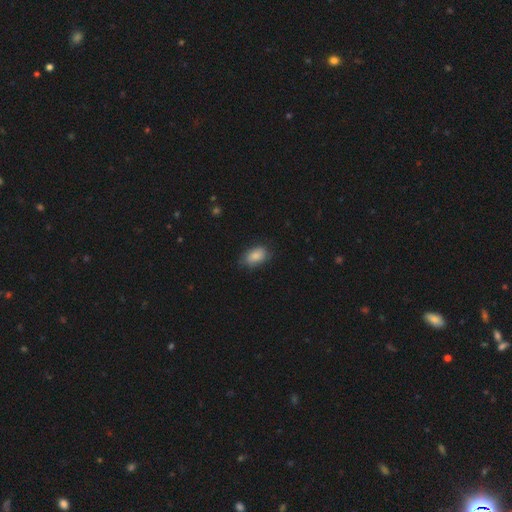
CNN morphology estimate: A smooth galaxy with no disk features (86%) that is in between round and cigar-shaped (89%). Merging: none (77%).